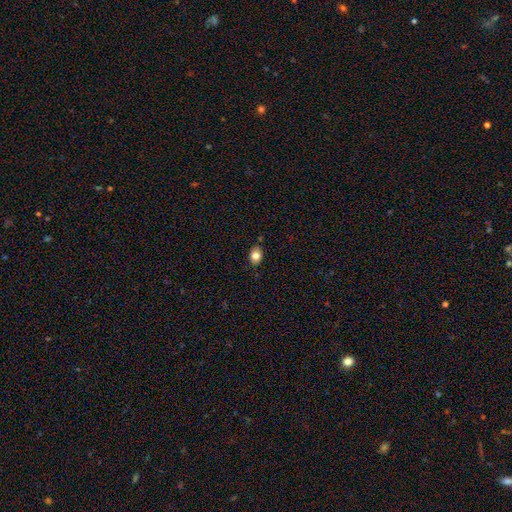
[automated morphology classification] This is clearly a smooth galaxy (81%). How rounded: likely in between (64%). Merging: clearly none (81%).